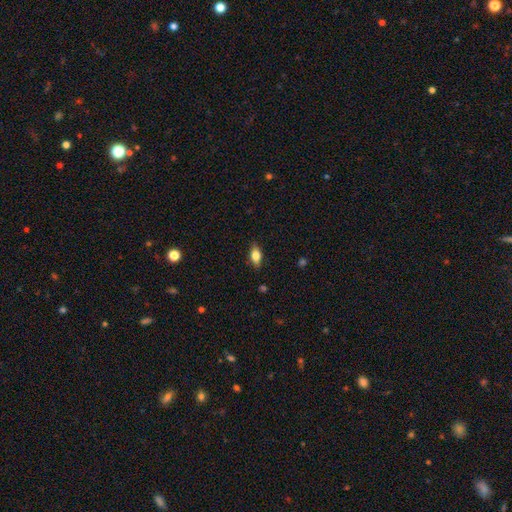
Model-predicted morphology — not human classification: smooth 73%, featured or disk 19%, star or artifact 8%. Down the decision tree: how rounded — in between (84%); merging — none (84%).